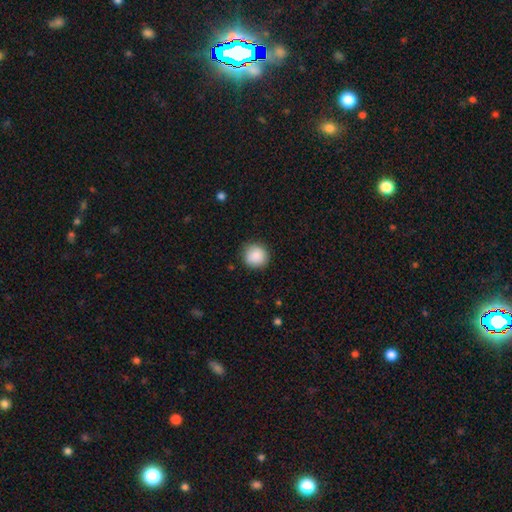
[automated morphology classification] This is clearly a smooth galaxy (88%). How rounded: clearly round (92%). Merging: clearly none (86%).